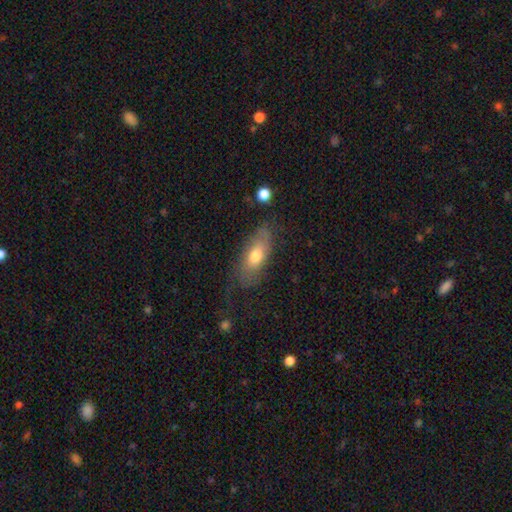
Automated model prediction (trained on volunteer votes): This appears to be a smooth galaxy with no disk features (65%) that is in between round and cigar-shaped (81%). Merging: none (60%).